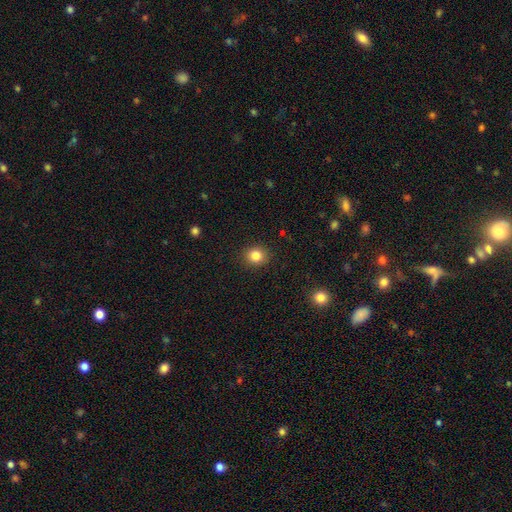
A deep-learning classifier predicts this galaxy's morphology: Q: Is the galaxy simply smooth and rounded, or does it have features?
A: smooth — 83%.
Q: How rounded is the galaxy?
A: round — 84%.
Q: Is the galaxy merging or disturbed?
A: none — 90%.